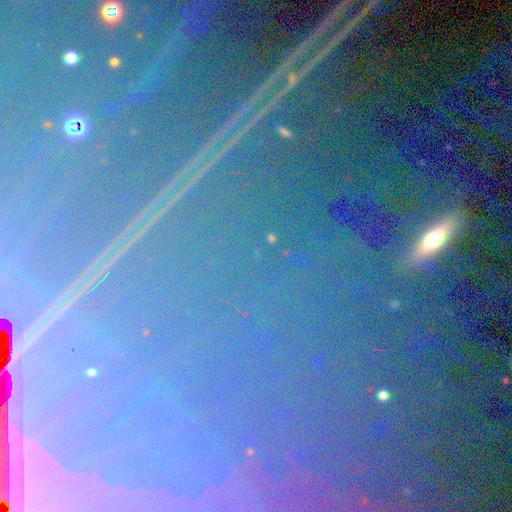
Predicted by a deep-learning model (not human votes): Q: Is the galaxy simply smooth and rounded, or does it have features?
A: star or artifact — 76%.